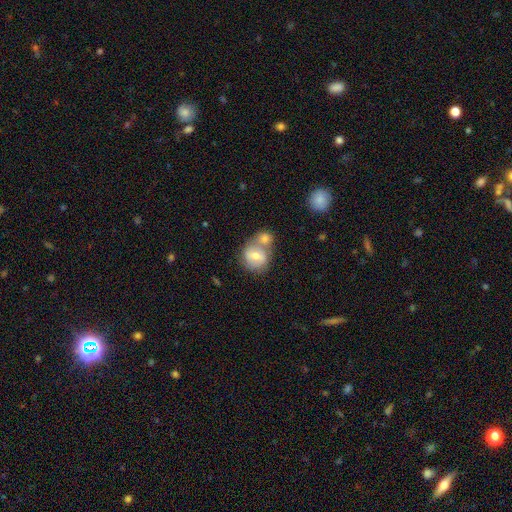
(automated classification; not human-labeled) A smooth galaxy with no disk features (55%) that is round (75%). Merging: merger (53%).